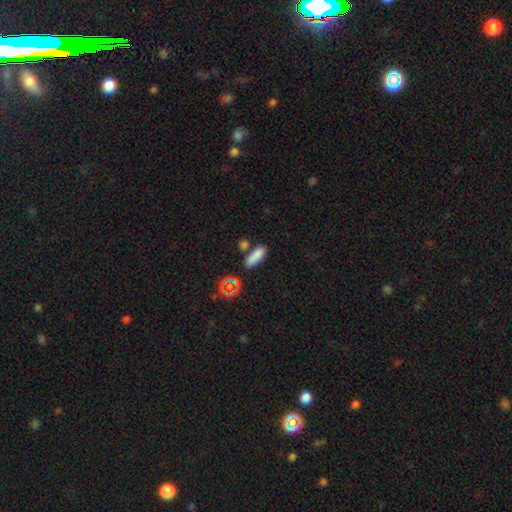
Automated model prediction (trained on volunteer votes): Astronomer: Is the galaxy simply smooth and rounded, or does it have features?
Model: smooth — 80%.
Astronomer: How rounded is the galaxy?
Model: in between — 59% (runner-up: cigar-shaped, 36%).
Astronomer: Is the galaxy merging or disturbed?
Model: none — 66%.